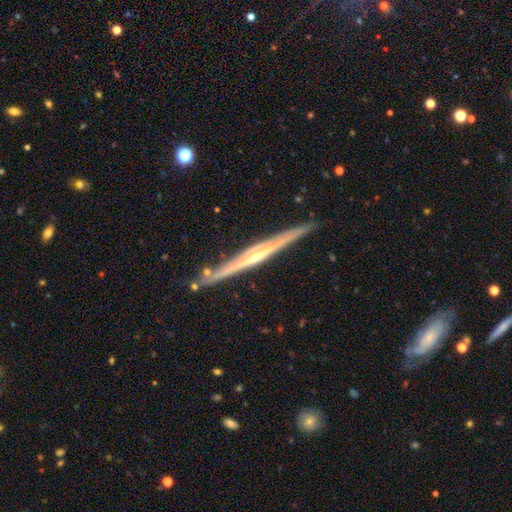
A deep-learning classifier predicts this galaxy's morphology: The model was most divided on "edge-on bulge": rounded: 59%, none: 33%, boxy: 8%. More confident: edge-on disk — yes (98%); merging — none (88%); smooth or featured — featured or disk (82%).